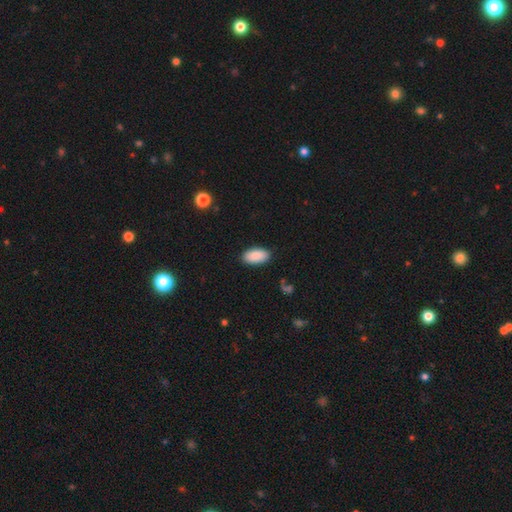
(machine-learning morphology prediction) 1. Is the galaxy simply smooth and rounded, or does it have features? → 90% smooth, 6% star or artifact, 4% featured or disk.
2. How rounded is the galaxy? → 94% in between, 3% cigar-shaped, 2% round.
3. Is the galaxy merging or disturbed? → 89% none, 8% minor disturbance, 2% major disturbance, 1% merger.